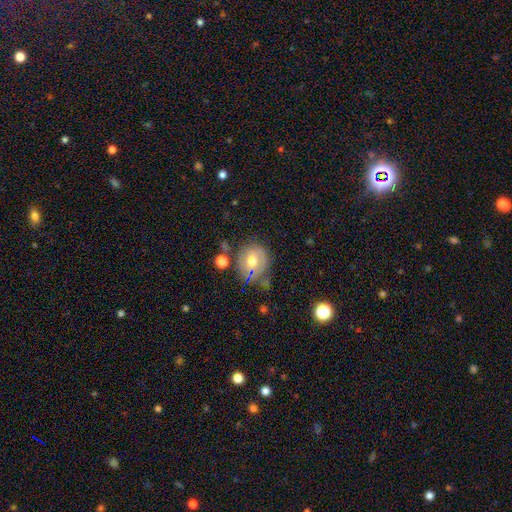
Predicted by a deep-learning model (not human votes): A star or artifact, not a galaxy (34%, tied with featured or disk).

Vote fractions:
- Smooth or featured? star or artifact: 34% (tied) / featured or disk: 34% (tied) / smooth: 32%